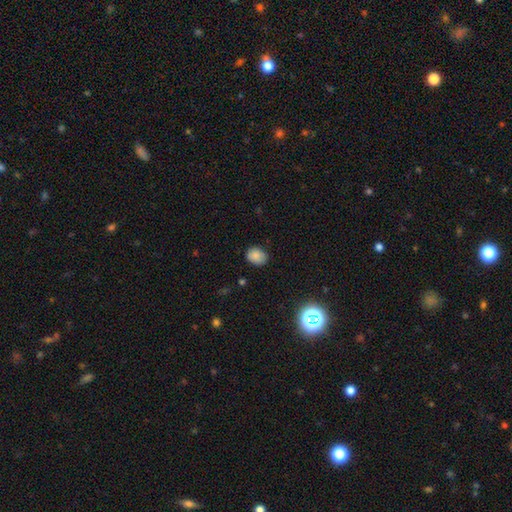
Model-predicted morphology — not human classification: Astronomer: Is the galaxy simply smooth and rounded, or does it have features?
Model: smooth — 84%.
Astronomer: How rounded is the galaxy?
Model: in between — 59% (runner-up: round, 41%).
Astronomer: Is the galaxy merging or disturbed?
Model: none — 77%.